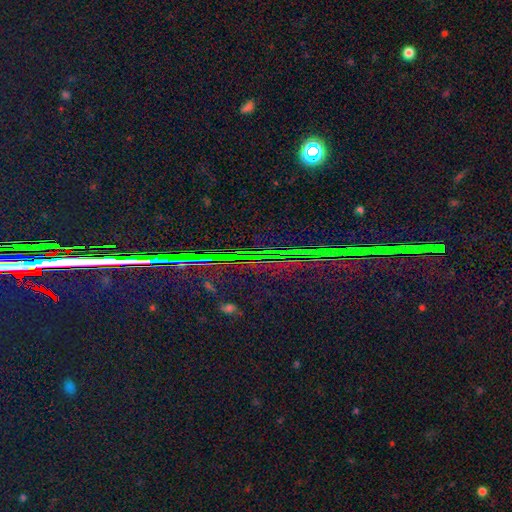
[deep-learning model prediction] Smooth or featured? Predicted: star or artifact (p=0.86).